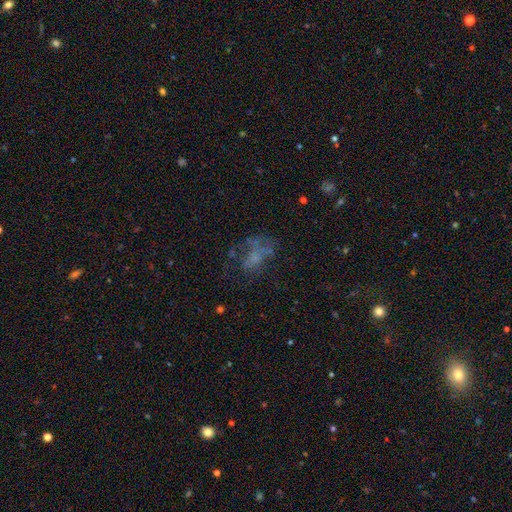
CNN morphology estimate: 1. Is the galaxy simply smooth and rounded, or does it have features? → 42% featured or disk, 35% smooth, 23% star or artifact.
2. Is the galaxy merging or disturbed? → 39% none, 35% major disturbance, 19% minor disturbance, 7% merger.